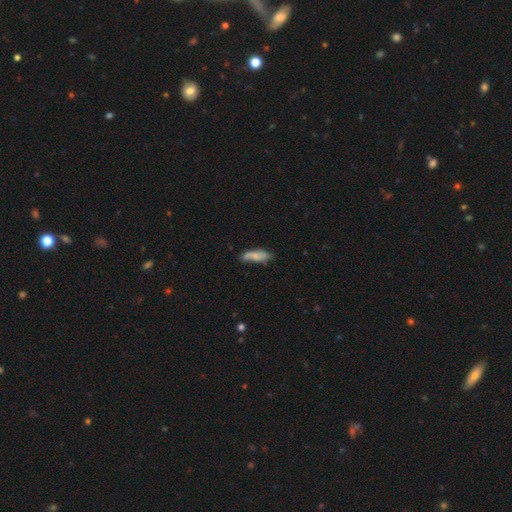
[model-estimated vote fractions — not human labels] Morphology: type=smooth (65%); roundness=in between (62%); merging=none (56%).